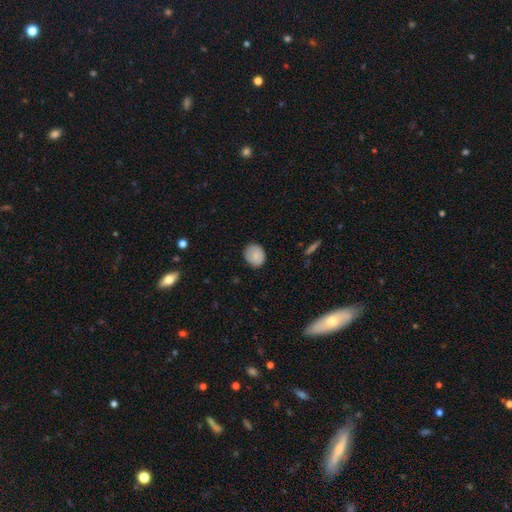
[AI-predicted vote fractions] Smooth or featured? Predicted: smooth (p=0.81). How rounded? Predicted: round (p=0.69). Merging? Predicted: none (p=0.81).